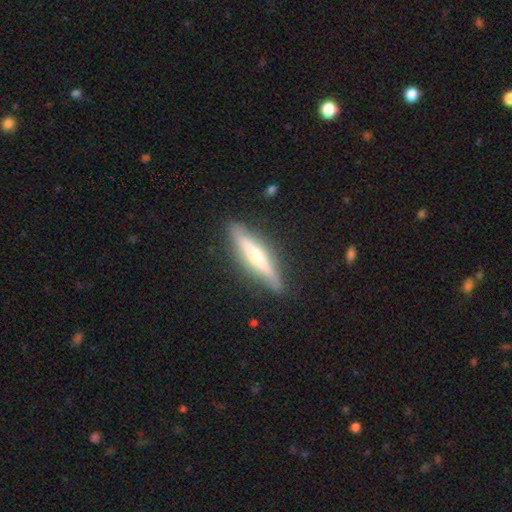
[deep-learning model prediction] A featured or disk galaxy (58%) viewed edge-on (93%) with a rounded central bulge (62%). Merging: none (87%).